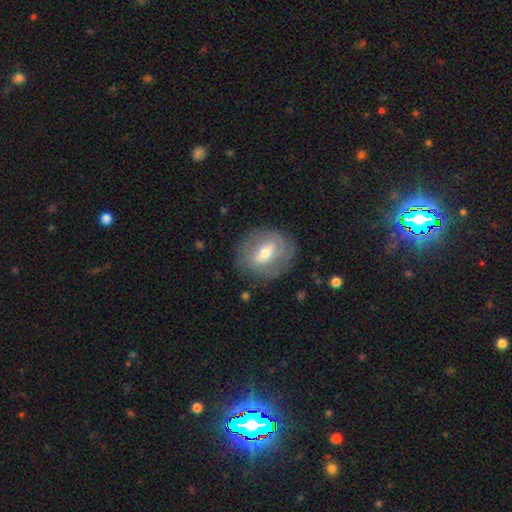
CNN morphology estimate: Smooth or featured? featured or disk (48%)
Merging? none (82%)